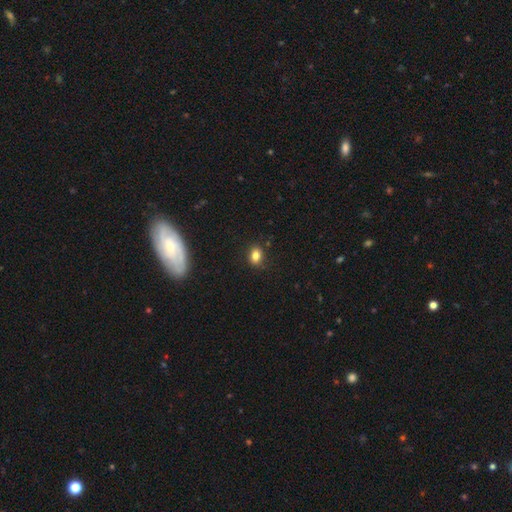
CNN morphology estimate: This appears to be a smooth galaxy with no disk features (81%) that is in between round and cigar-shaped (58%). Merging: none (84%).